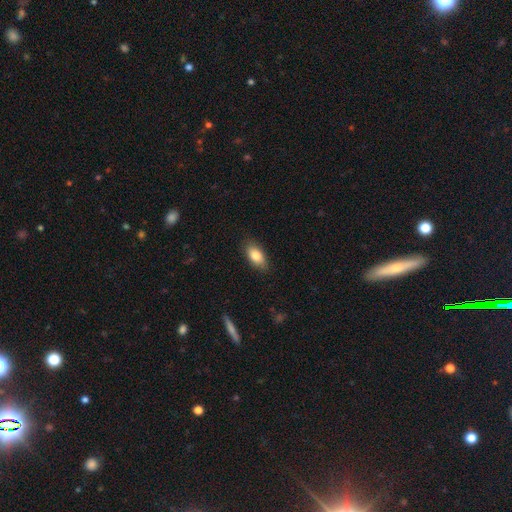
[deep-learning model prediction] A smooth galaxy with no disk features (83%) that is in between round and cigar-shaped (90%). Merging: none (85%).